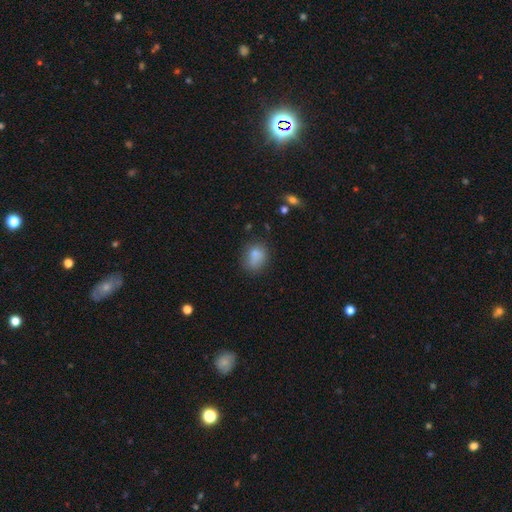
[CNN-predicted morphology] This is likely a smooth galaxy (79%). How rounded: possibly round (51%). Merging: possibly none (58%).